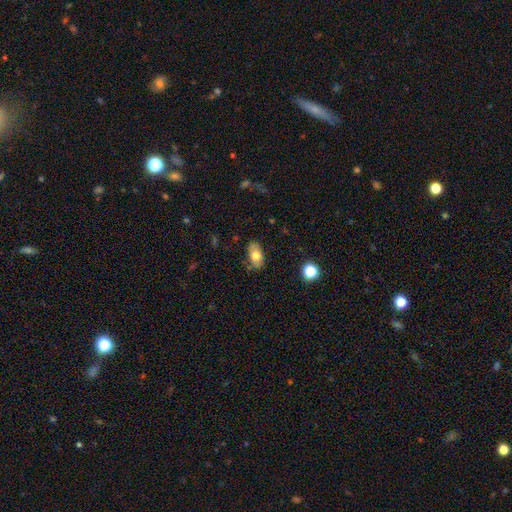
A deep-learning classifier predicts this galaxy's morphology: Smooth or featured? smooth (72%)
How rounded? in between (90%)
Merging? none (78%)